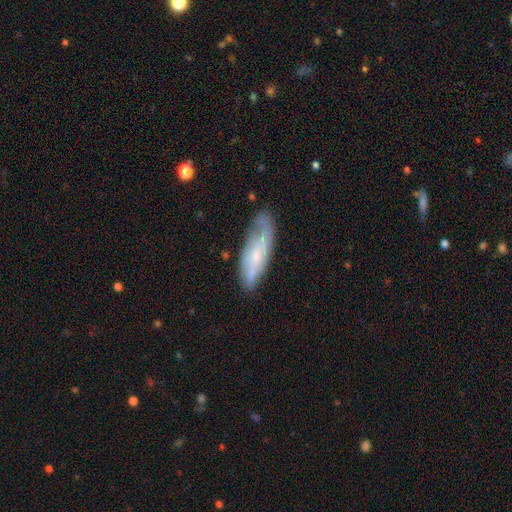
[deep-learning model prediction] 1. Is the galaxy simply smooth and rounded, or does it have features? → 52% featured or disk, 41% smooth, 7% star or artifact.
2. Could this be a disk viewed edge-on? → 74% no, 26% yes.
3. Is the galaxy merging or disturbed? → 62% none, 26% minor disturbance, 10% major disturbance, 3% merger.